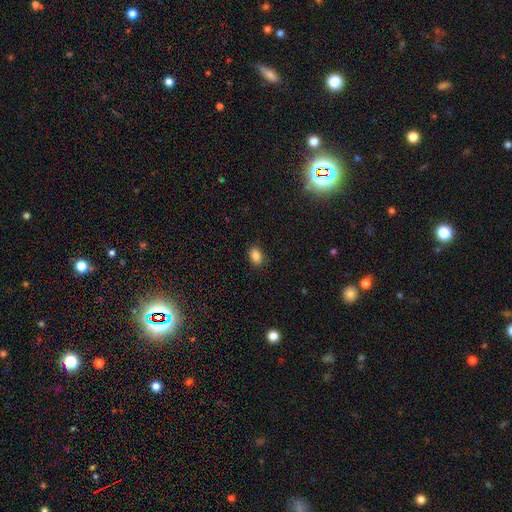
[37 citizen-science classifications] Volunteers were most divided on "how rounded": in between: 83%, round: 14%, cigar-shaped: 3%. More confident: smooth or featured — smooth (97%); merging — none (94%).